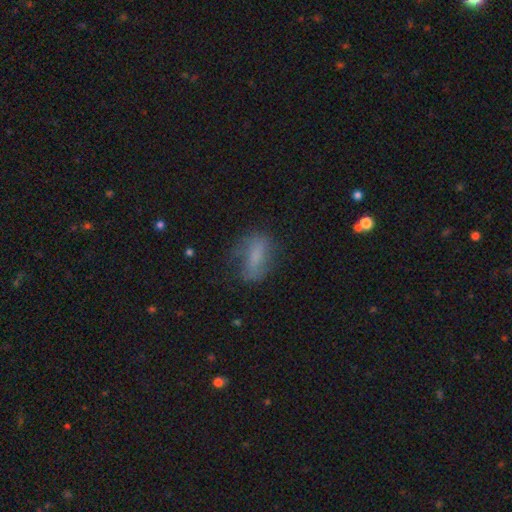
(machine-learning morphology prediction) This appears to be a smooth galaxy with no disk features (62%) that is in between round and cigar-shaped (73%). Merging: none (57%).